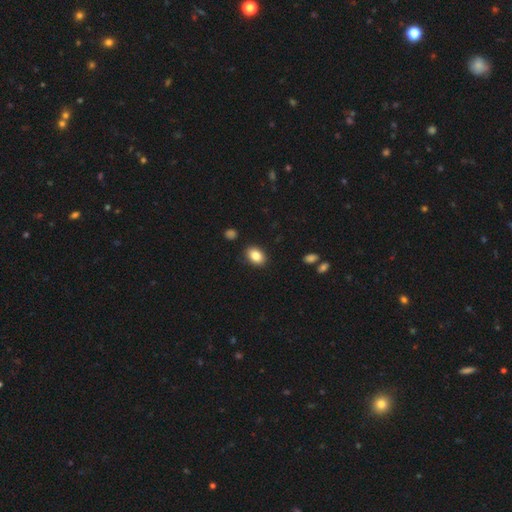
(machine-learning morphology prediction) Smooth or featured: smooth — 86% (star or artifact — 8%)
How rounded: in between — 78% (round — 21%)
Merging: none — 88% (minor disturbance — 8%)